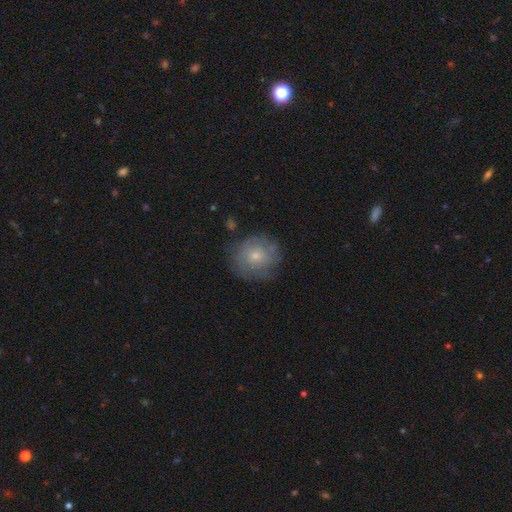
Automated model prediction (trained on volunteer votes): smooth-or-featured: smooth: 55% | featured or disk: 36% | star or artifact: 9%
  how-rounded: round: 87% | in between: 12% | cigar-shaped: 1%
  merging: none: 72% | minor disturbance: 19% | major disturbance: 7% | merger: 2%